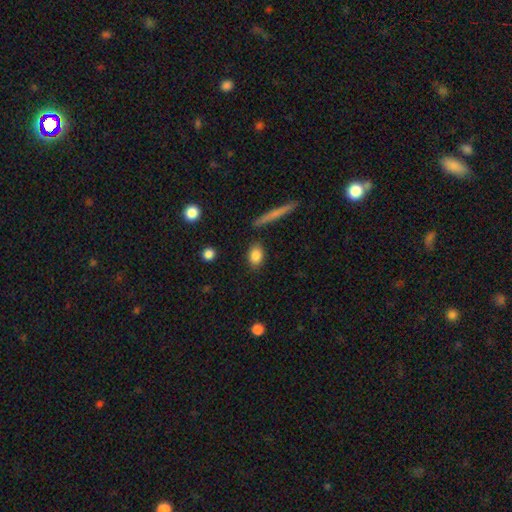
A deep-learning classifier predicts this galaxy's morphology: Smooth or featured? Predicted: smooth (p=0.84). How rounded? Predicted: in between (p=0.72). Merging? Predicted: none (p=0.83).